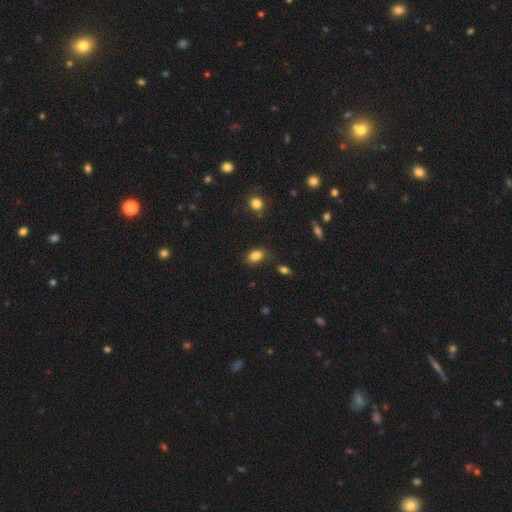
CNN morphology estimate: Smooth or featured? Predicted: smooth (p=0.85). How rounded? Predicted: in between (p=0.86). Merging? Predicted: none (p=0.80).